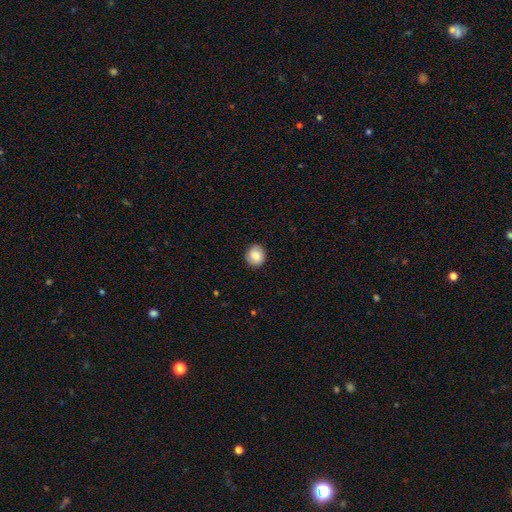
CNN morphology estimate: Smooth or featured? smooth (83%)
How rounded? round (88%)
Merging? none (89%)